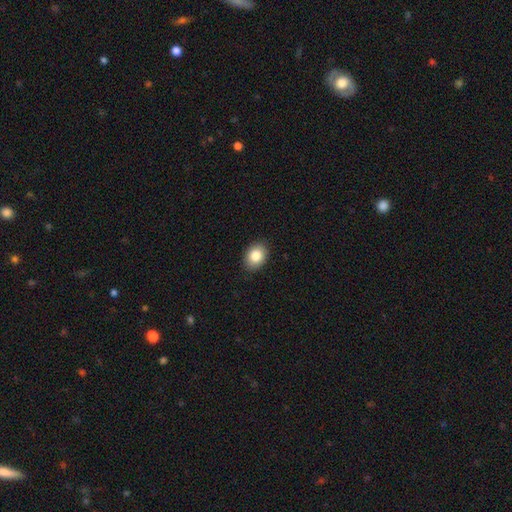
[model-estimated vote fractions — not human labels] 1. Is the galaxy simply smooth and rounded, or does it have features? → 85% smooth, 8% star or artifact, 7% featured or disk.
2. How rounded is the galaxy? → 65% in between, 34% round, 1% cigar-shaped.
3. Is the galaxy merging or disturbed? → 88% none, 9% minor disturbance, 2% major disturbance, 1% merger.